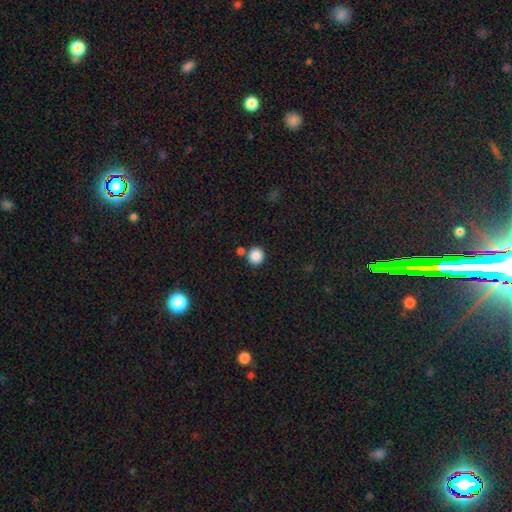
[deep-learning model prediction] Morphology: type=smooth (87%); roundness=round (91%); merging=none (79%).